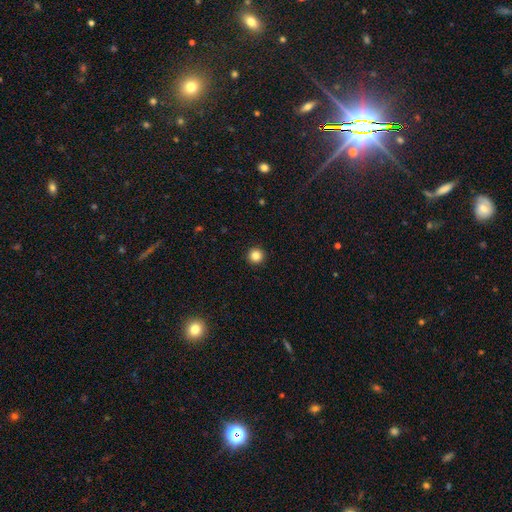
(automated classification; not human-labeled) Q: Smooth or featured?
A: smooth (84%); runner-up: star or artifact (12%)
Q: How rounded?
A: round (97%); runner-up: in between (3%)
Q: Merging?
A: none (94%); runner-up: minor disturbance (4%)